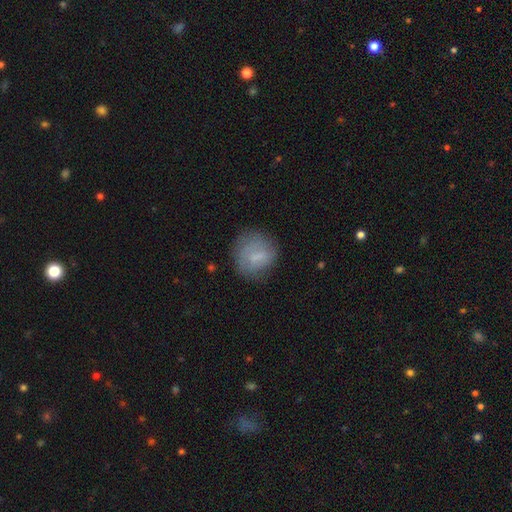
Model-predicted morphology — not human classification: Q: Smooth or featured?
A: smooth (65%); runner-up: featured or disk (26%)
Q: How rounded?
A: round (78%); runner-up: in between (20%)
Q: Merging?
A: none (66%); runner-up: minor disturbance (21%)